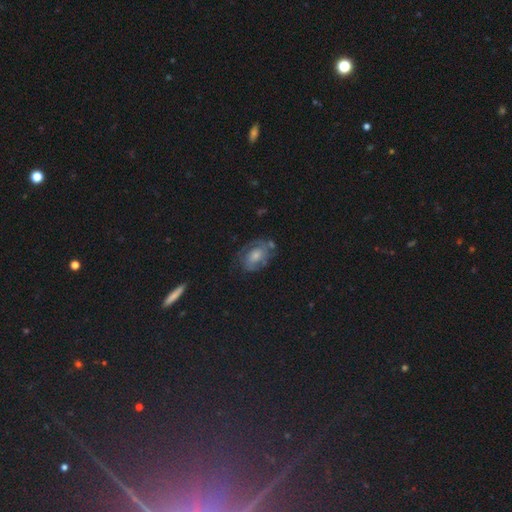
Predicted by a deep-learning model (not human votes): smooth_or_featured: featured or disk (p=0.58) [alt: smooth p=0.33]
disk_edge_on: no (p=0.96) [alt: yes p=0.04]
bar: no (p=0.72) [alt: weak p=0.23]
has_spiral_arms: yes (p=0.74) [alt: no p=0.26]
bulge_size: moderate (p=0.39) [tied with: small p=0.39]
merging: none (p=0.56) [alt: minor disturbance p=0.24]